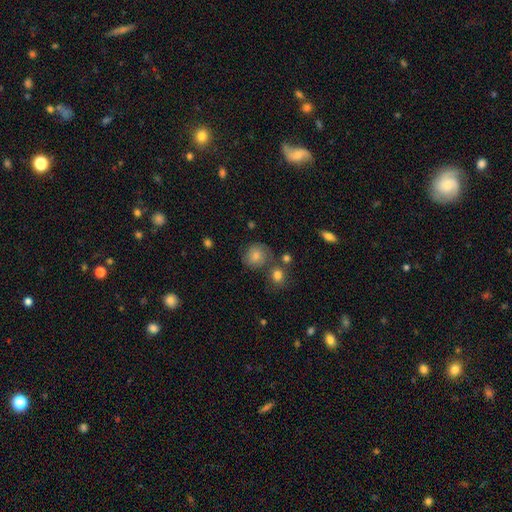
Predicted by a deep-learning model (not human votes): Morphology: type=smooth (70%); roundness=round (79%); merging=none (59%).